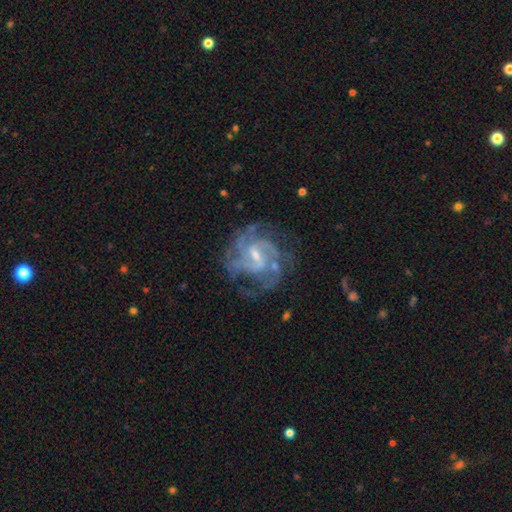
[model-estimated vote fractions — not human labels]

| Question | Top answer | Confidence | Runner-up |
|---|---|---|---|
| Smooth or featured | featured or disk | 88% | star or artifact (6%) |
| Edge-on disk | no | 98% | yes (2%) |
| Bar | weak | 58% | strong (21%) |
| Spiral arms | yes | 95% | no (5%) |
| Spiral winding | medium | 46% | tight (42%) |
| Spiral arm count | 3 | 27% | 2 (23%) |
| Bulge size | small | 53% | moderate (37%) |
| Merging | none | 63% | minor disturbance (19%) |